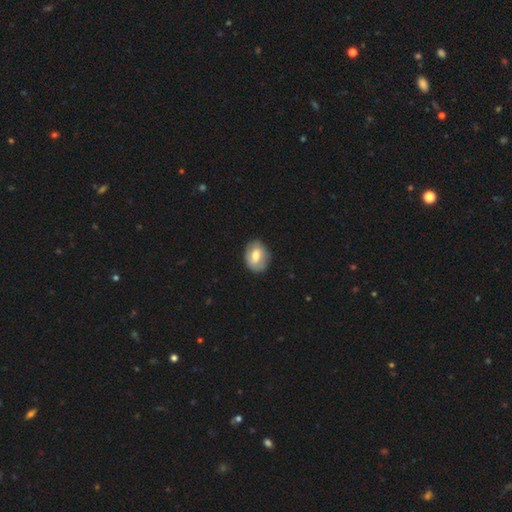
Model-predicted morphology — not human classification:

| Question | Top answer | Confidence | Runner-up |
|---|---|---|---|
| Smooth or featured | smooth | 63% | featured or disk (30%) |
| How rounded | in between | 68% | round (31%) |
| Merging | none | 81% | minor disturbance (14%) |